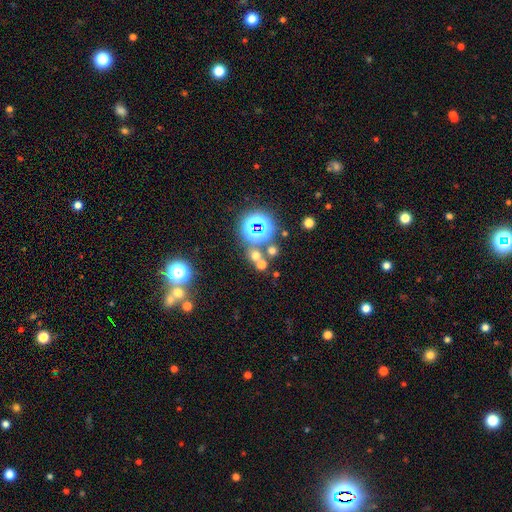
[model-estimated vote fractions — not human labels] smooth-or-featured: smooth: 48% | star or artifact: 42% | featured or disk: 10%
  merging: none: 64% | merger: 24% | minor disturbance: 8% | major disturbance: 5%